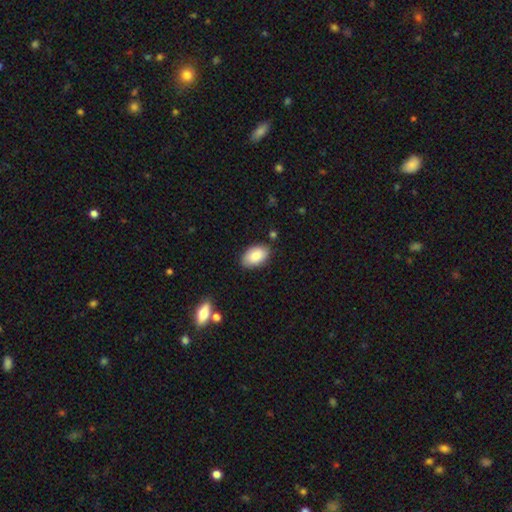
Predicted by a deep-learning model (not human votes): This appears to be a smooth galaxy with no disk features (84%) that is in between round and cigar-shaped (93%). Merging: none (80%).